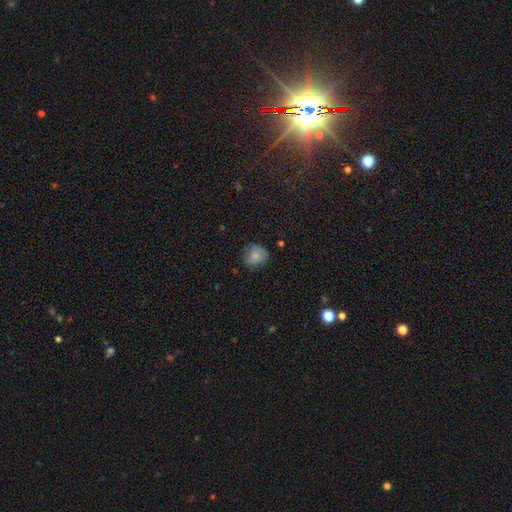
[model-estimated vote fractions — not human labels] A smooth galaxy with no disk features (74%) that is round (75%). Merging: none (64%).